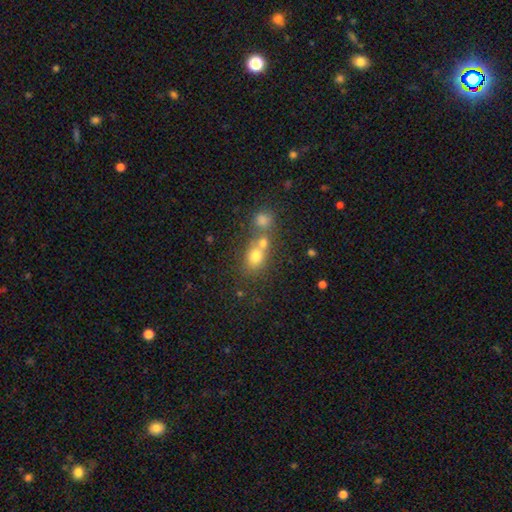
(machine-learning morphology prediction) This appears to be a smooth galaxy with no disk features (72%) that is round (61%). Merging: merger (49%).